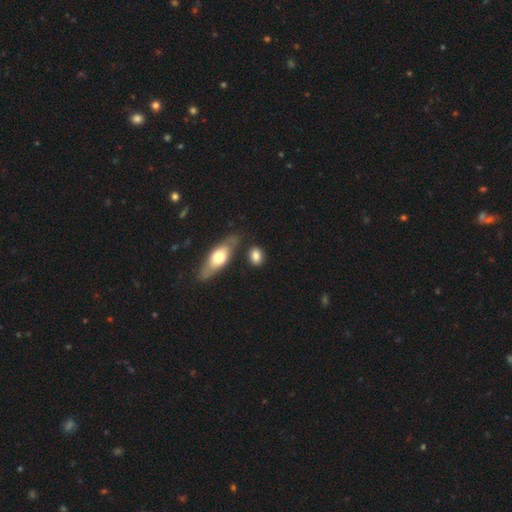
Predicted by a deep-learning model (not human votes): Smooth or featured?
  - smooth: 80% *
  - featured or disk: 13%
  - star or artifact: 7%
How rounded?
  - in between: 65% *
  - round: 29%
  - cigar-shaped: 6%
Merging?
  - none: 72% *
  - minor disturbance: 14%
  - merger: 10%
  - major disturbance: 4%